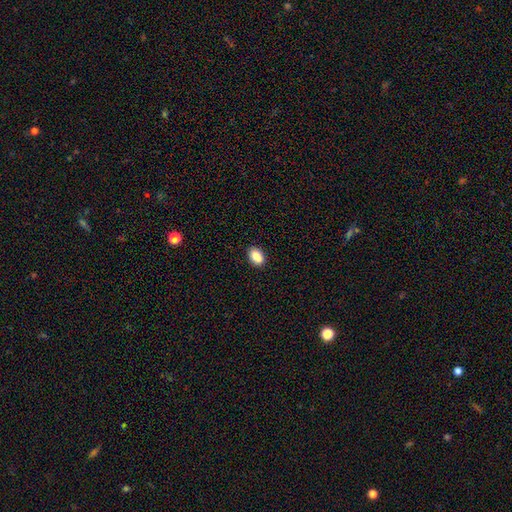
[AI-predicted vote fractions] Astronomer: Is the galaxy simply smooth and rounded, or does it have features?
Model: smooth — 85%.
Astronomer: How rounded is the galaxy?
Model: in between — 86%.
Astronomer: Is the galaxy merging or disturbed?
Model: none — 79%.